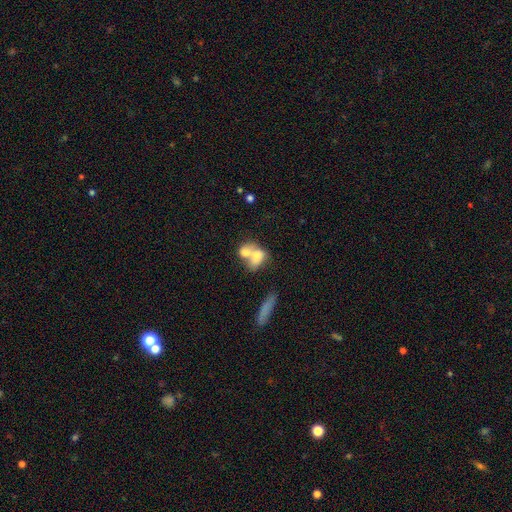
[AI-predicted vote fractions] Smooth or featured: smooth — 67% (featured or disk — 25%)
How rounded: in between — 62% (round — 35%)
Merging: merger — 72% (none — 16%)